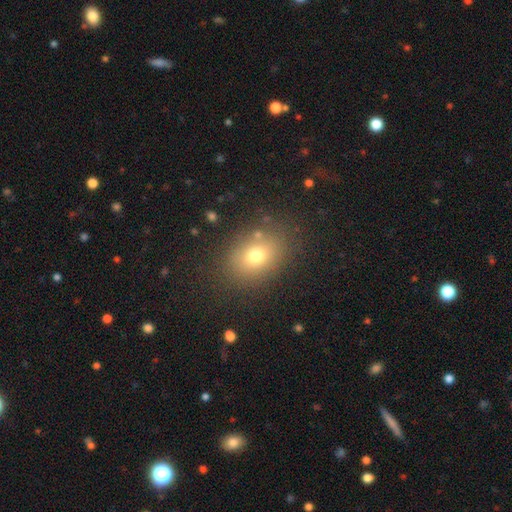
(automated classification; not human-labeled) This appears to be a smooth galaxy with no disk features (72%) that is in between round and cigar-shaped (65%). Merging: none (82%).